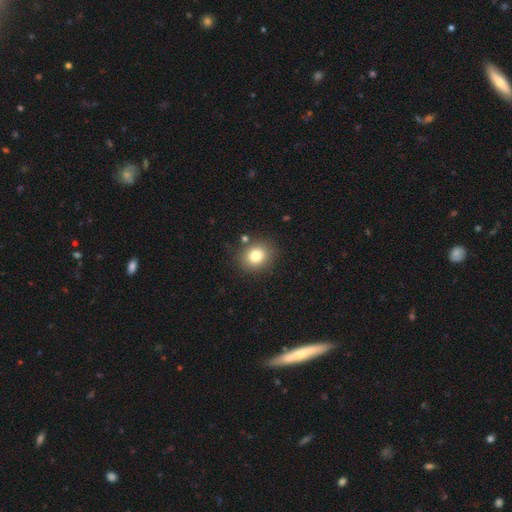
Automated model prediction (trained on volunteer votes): Smooth or featured: smooth — 80% (star or artifact — 11%)
How rounded: round — 69% (in between — 30%)
Merging: none — 84% (minor disturbance — 9%)